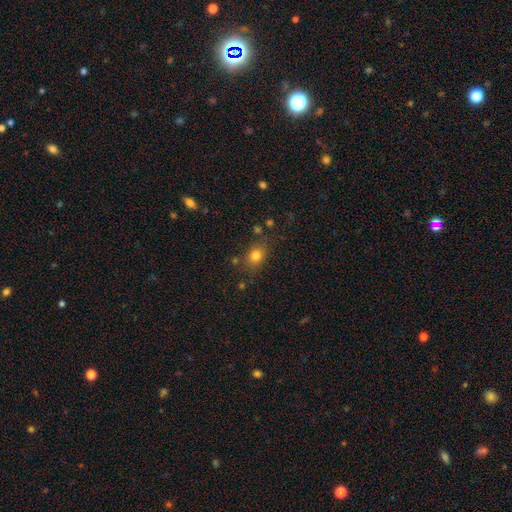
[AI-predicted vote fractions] This appears to be a smooth galaxy with no disk features (79%) that is in between round and cigar-shaped (50%). Merging: none (76%).